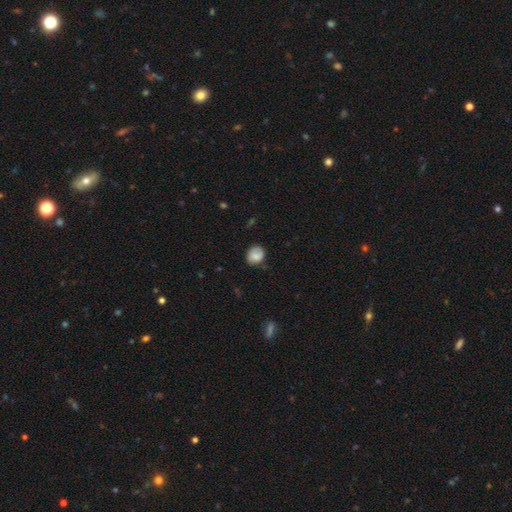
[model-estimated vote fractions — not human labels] smooth_or_featured: smooth (p=0.75) [alt: featured or disk p=0.17]
how_rounded: round (p=0.67) [alt: in between p=0.32]
merging: none (p=0.71) [alt: minor disturbance p=0.22]